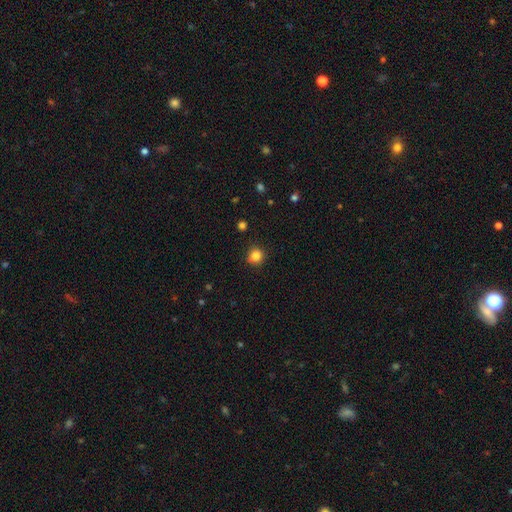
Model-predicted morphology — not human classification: type=smooth (84%); roundness=round (92%); merging=none (90%).